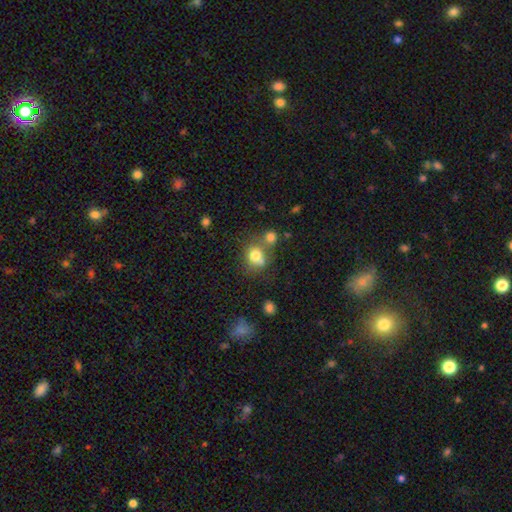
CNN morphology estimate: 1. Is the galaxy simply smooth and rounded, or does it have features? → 75% smooth, 13% featured or disk, 13% star or artifact.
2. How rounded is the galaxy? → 78% round, 21% in between, 1% cigar-shaped.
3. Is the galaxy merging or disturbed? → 47% none, 36% merger, 11% minor disturbance, 5% major disturbance.